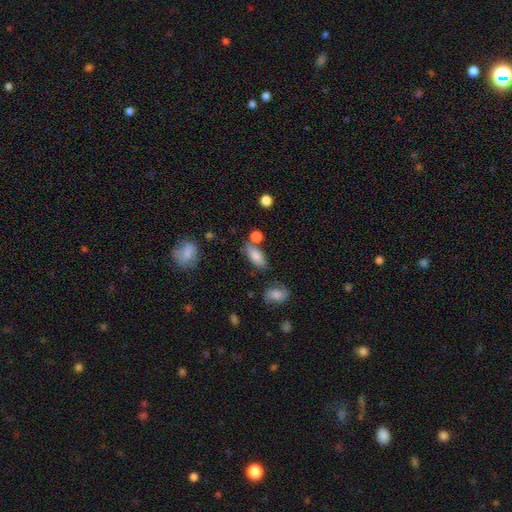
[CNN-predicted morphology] This appears to be a smooth galaxy with no disk features (81%) that is in between round and cigar-shaped (78%). Merging: none (65%).